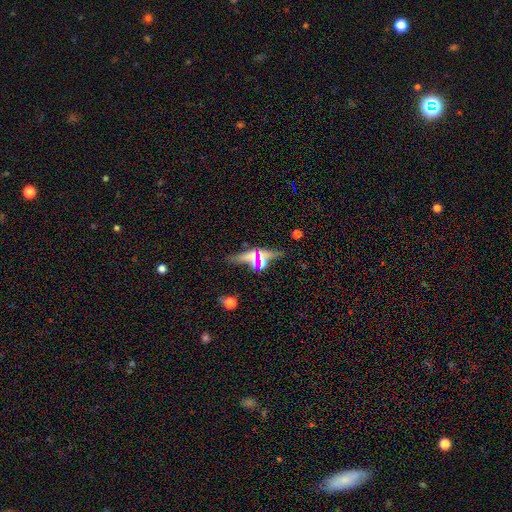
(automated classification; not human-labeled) A smooth galaxy with no disk features (41%).

Vote fractions:
- Smooth or featured? smooth: 41% / featured or disk: 33% / star or artifact: 26%
- Merging? none: 63% / minor disturbance: 17% / merger: 11% / major disturbance: 9%